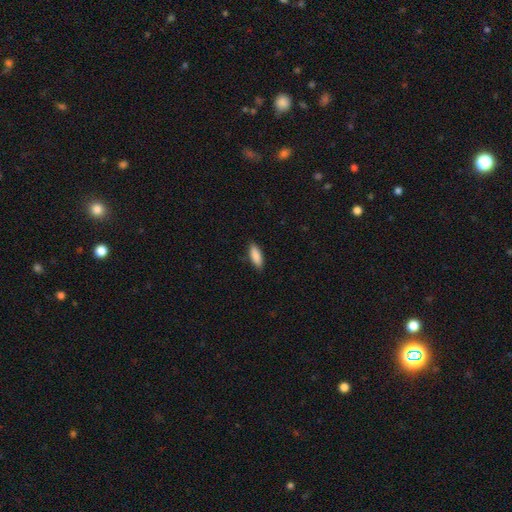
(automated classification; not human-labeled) Overall: smooth (89%). How rounded: in between (63%; cigar-shaped 35%). Merging: none (87%).